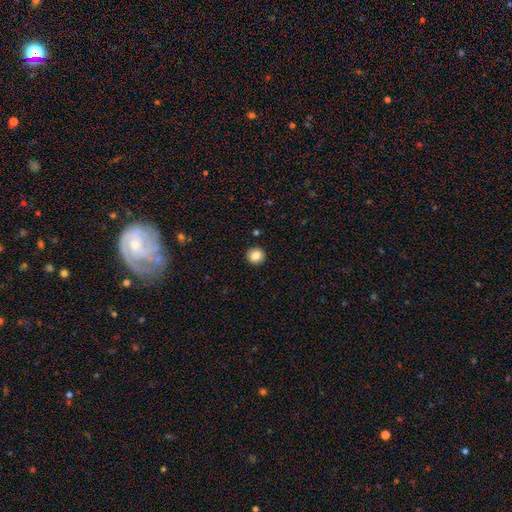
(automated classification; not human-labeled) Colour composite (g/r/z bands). It shows a smooth galaxy with no disk features (85%) that is round (95%). Merging: none (93%).